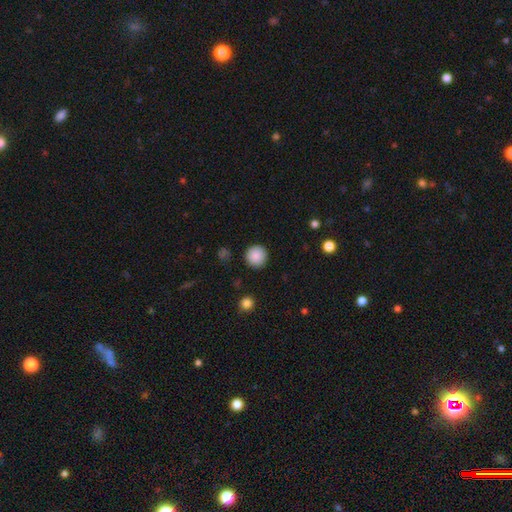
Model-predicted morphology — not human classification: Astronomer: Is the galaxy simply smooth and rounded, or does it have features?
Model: smooth — 89%.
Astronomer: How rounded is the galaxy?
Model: round — 95%.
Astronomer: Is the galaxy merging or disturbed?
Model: none — 92%.